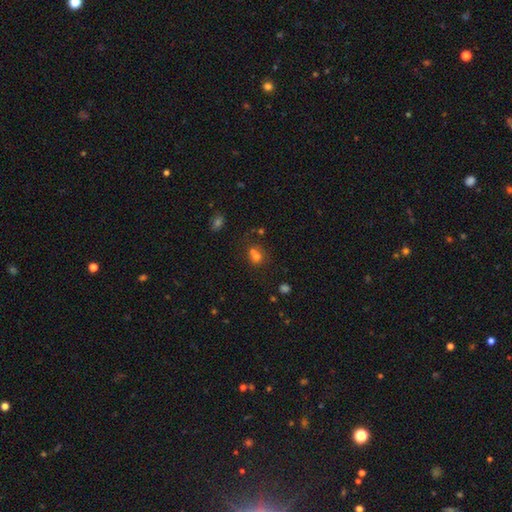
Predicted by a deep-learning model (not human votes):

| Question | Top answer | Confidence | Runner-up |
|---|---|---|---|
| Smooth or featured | smooth | 67% | star or artifact (18%) |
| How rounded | round | 66% | in between (33%) |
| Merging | merger | 44% | none (40%) |